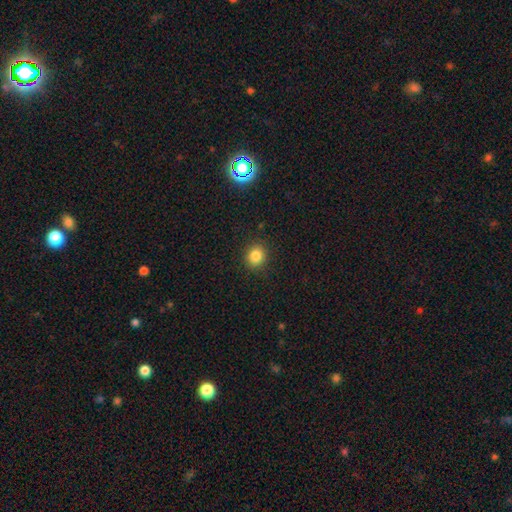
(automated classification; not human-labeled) Smooth or featured: smooth — 84% (star or artifact — 11%)
How rounded: round — 76% (in between — 23%)
Merging: none — 90% (minor disturbance — 7%)